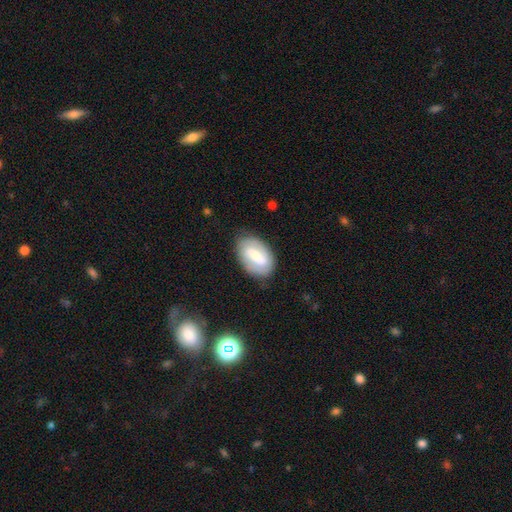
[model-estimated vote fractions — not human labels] Smooth or featured? featured or disk (58%)
Edge-on disk? no (95%)
Bar? weak (48%)
Spiral arms? yes (78%)
Bulge size? moderate (45%)
Merging? none (82%)